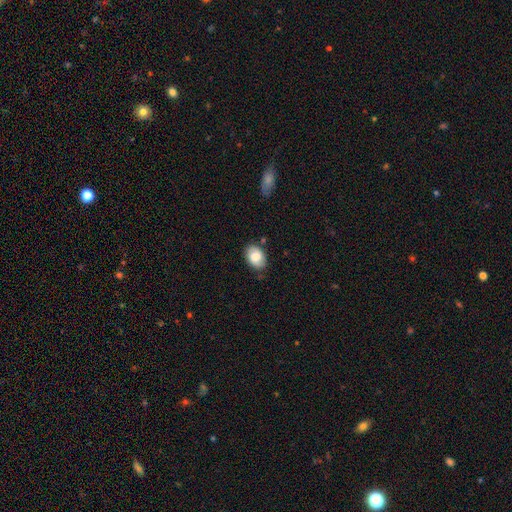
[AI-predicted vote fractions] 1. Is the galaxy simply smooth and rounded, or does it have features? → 75% smooth, 18% featured or disk, 7% star or artifact.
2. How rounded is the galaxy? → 83% in between, 16% round, 1% cigar-shaped.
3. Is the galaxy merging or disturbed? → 78% none, 17% minor disturbance, 3% major disturbance, 2% merger.